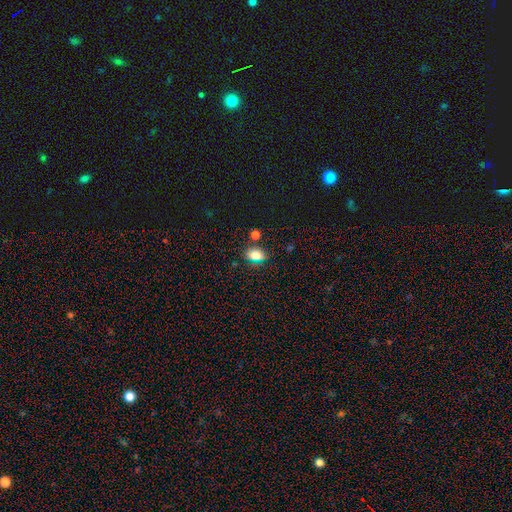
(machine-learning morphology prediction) A smooth galaxy with no disk features (76%) that is in between round and cigar-shaped (69%).

Vote fractions:
- Smooth or featured? smooth: 76% / star or artifact: 16% / featured or disk: 8%
- How rounded? in between: 69% / round: 28% / cigar-shaped: 3%
- Merging? none: 76% / minor disturbance: 13% / merger: 7% / major disturbance: 4%